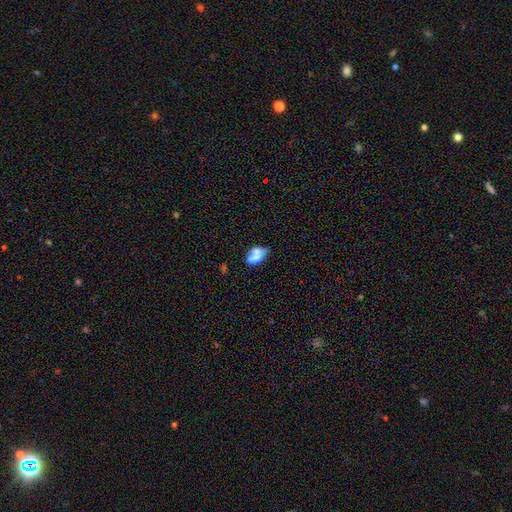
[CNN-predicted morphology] Smooth or featured: smooth — 64% (featured or disk — 24%)
How rounded: in between — 84% (round — 10%)
Merging: merger — 36% (none — 34%)